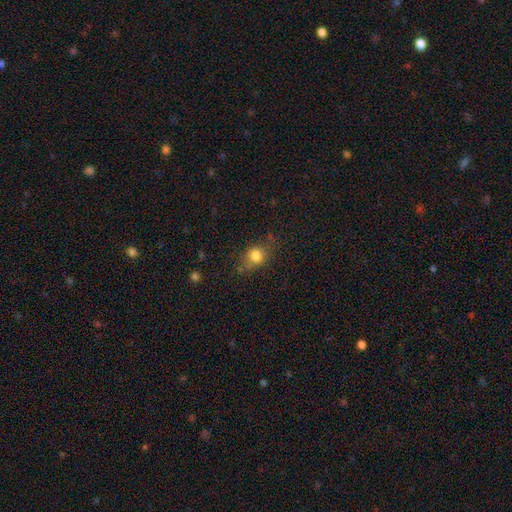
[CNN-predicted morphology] Smooth or featured? smooth (78%)
How rounded? round (62%)
Merging? none (65%)